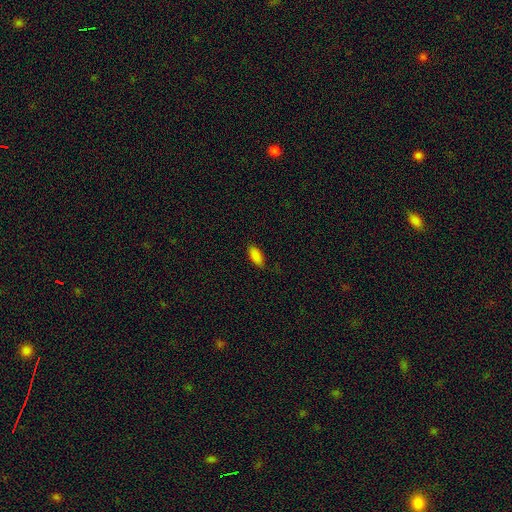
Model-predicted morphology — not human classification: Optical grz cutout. It shows a smooth galaxy with no disk features (88%) that is in between round and cigar-shaped (87%). Merging: none (83%).